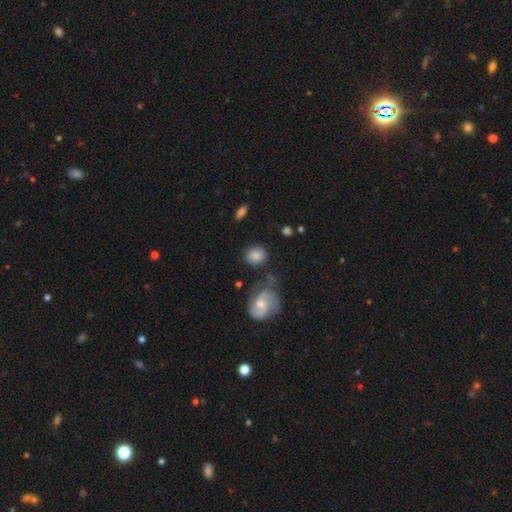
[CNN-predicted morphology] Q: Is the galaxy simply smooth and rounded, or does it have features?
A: smooth — 74%.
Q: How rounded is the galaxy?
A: round — 71%.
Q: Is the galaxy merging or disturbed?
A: none — 67%.